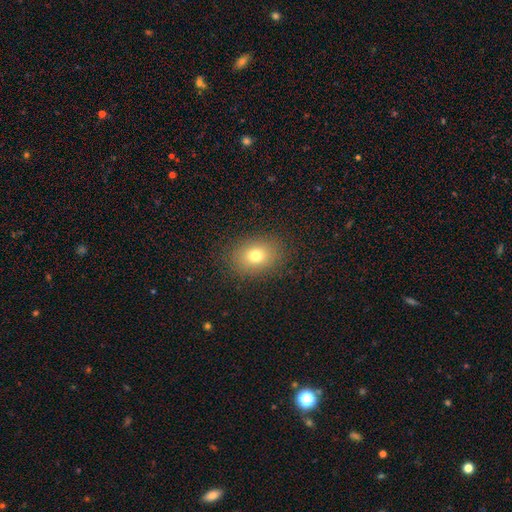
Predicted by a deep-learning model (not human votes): Overall: smooth (75%). How rounded: in between (60%; round 39%). Merging: none (87%).